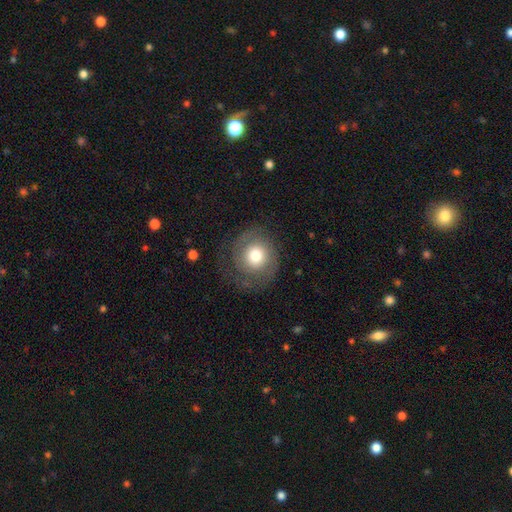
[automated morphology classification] type=smooth (56%); roundness=round (88%); merging=none (66%).